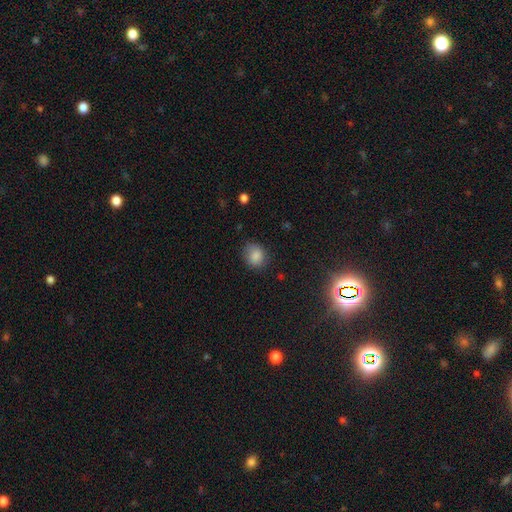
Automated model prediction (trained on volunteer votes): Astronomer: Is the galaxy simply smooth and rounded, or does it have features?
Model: smooth — 84%.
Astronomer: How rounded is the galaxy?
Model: round — 68%.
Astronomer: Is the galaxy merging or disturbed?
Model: none — 76%.